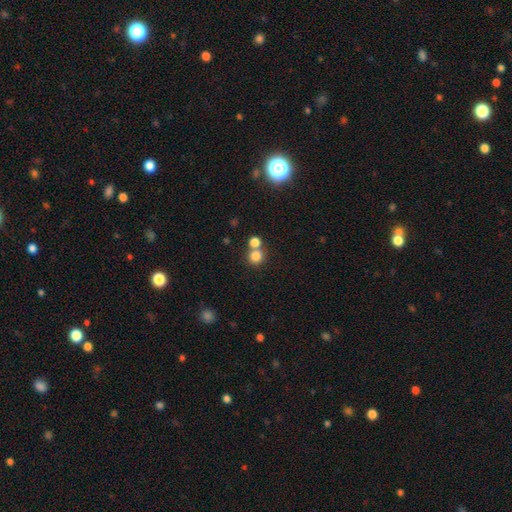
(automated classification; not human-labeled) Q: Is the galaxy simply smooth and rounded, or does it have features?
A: smooth — 79%.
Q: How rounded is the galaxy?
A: round — 89%.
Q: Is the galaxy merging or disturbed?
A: none — 56%.